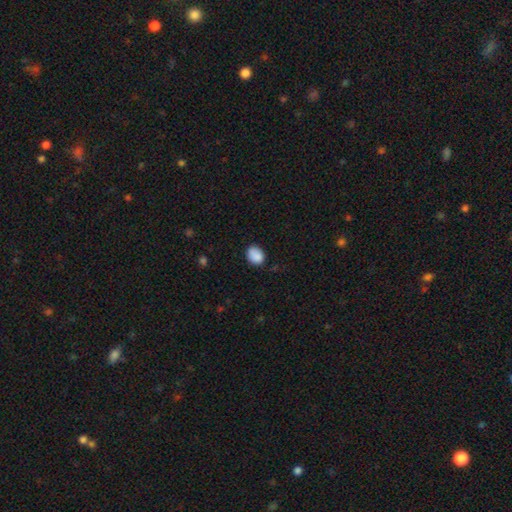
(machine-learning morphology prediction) This appears to be a smooth galaxy with no disk features (88%) that is in between round and cigar-shaped (55%). Merging: none (77%).